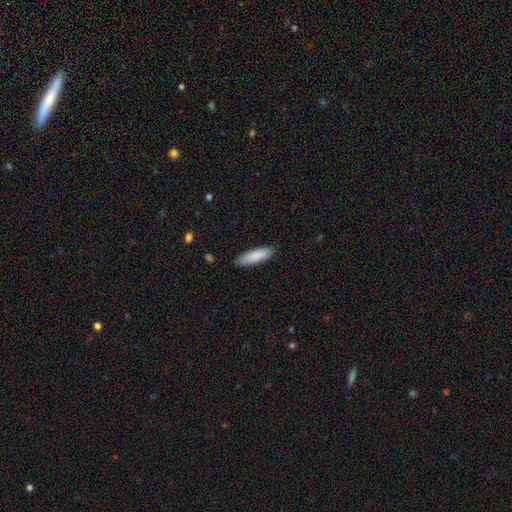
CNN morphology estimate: smooth_or_featured: smooth (p=0.87) [alt: featured or disk p=0.08]
how_rounded: cigar-shaped (p=0.55) [alt: in between p=0.44]
merging: none (p=0.87) [alt: minor disturbance p=0.10]